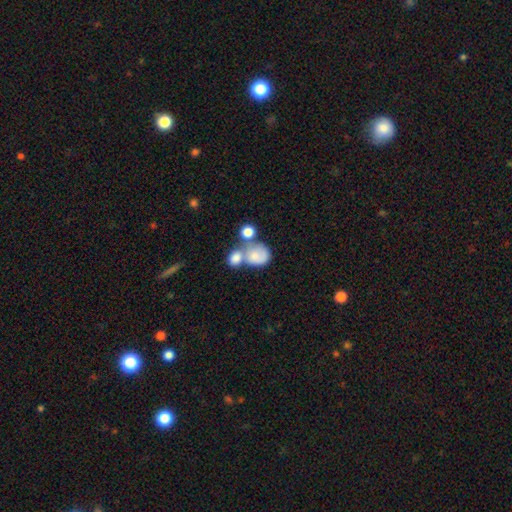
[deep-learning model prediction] Overall: smooth (70%). How rounded: round (57%; in between 42%). Merging: merger (56%; none 23%).